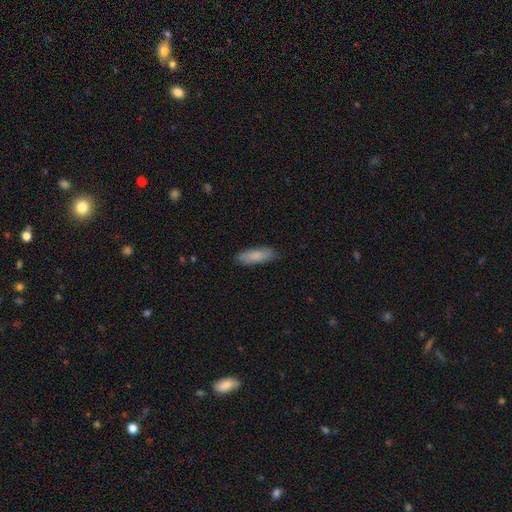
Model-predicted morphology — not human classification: This is clearly a smooth galaxy (84%). How rounded: possibly in between (54%). Merging: clearly none (85%).